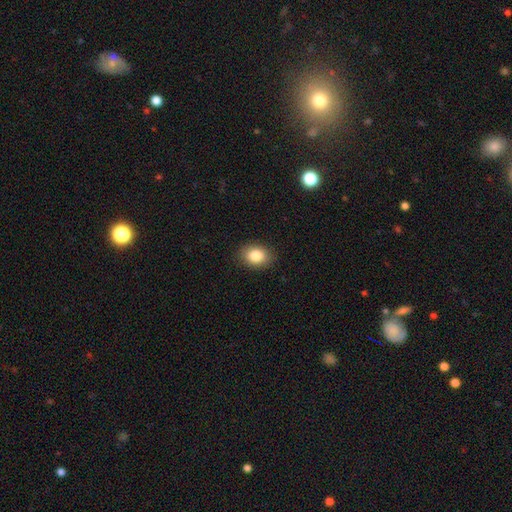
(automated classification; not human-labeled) Smooth or featured: smooth — 84% (star or artifact — 9%)
How rounded: in between — 66% (round — 33%)
Merging: none — 89% (minor disturbance — 8%)